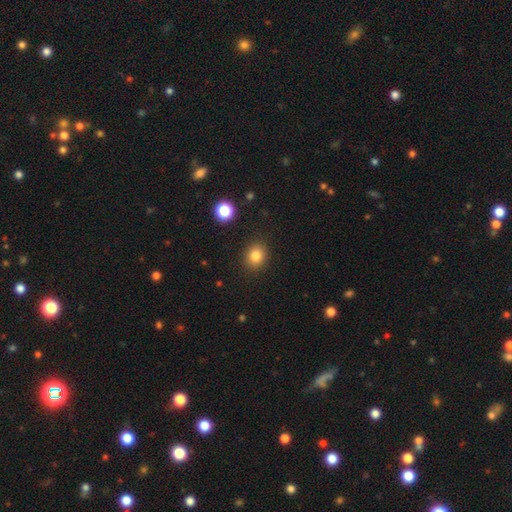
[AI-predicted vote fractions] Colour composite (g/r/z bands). It shows a smooth galaxy with no disk features (83%) that is round (62%). Merging: none (88%).